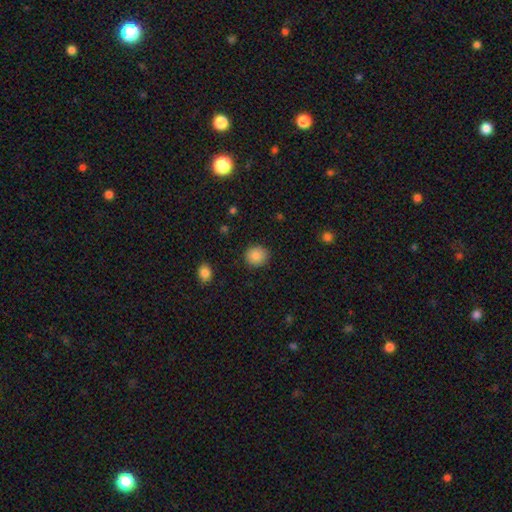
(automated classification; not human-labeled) Smooth or featured? smooth (87%)
How rounded? round (81%)
Merging? none (89%)